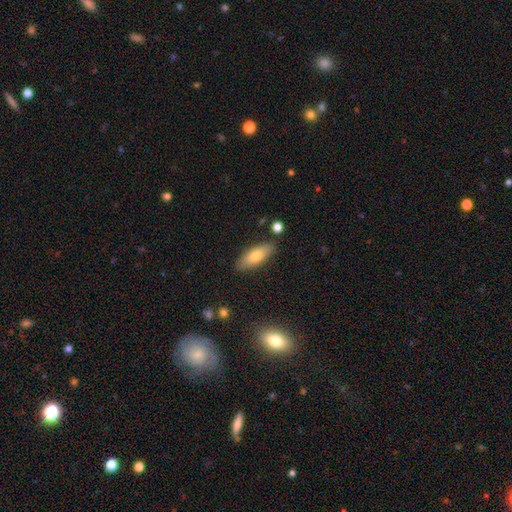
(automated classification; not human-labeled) The model was most divided on "how rounded": in between: 67%, cigar-shaped: 30%, round: 2%. More confident: merging — none (85%); smooth or featured — smooth (74%).